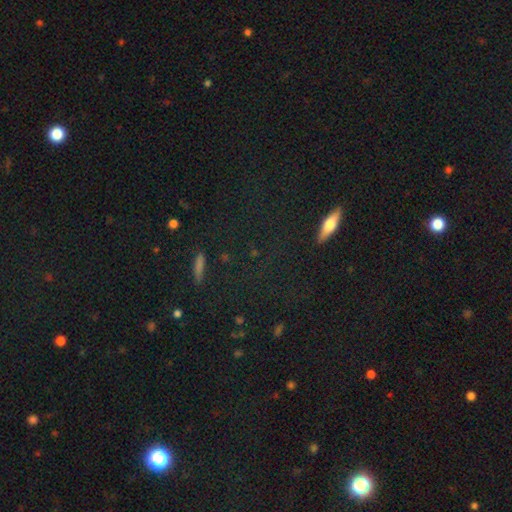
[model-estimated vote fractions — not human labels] Smooth or featured: star or artifact — 55% (smooth — 30%)